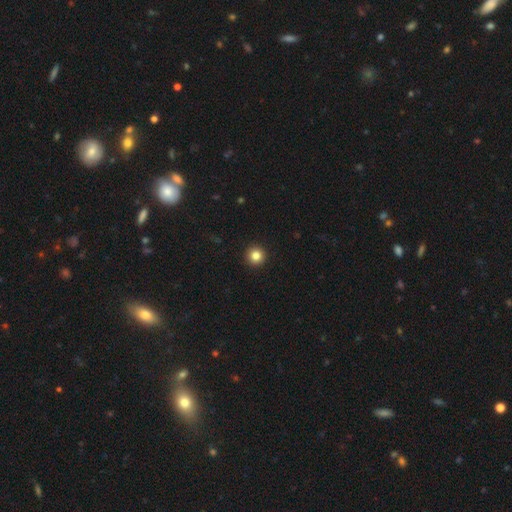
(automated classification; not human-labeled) smooth 84%, star or artifact 11%, featured or disk 5%. Down the decision tree: how rounded — round (96%); merging — none (94%).